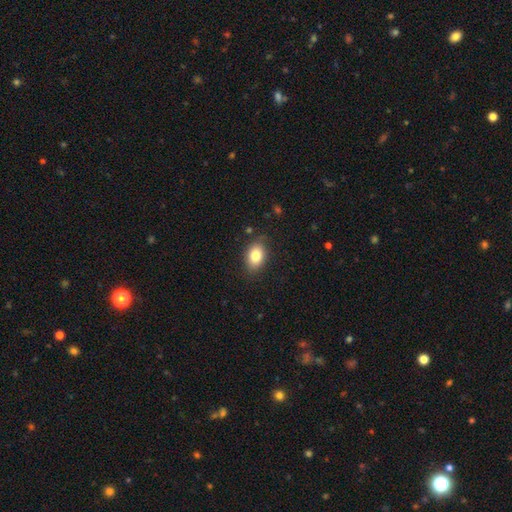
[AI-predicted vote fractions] This appears to be a smooth galaxy with no disk features (82%) that is in between round and cigar-shaped (81%). Merging: none (83%).